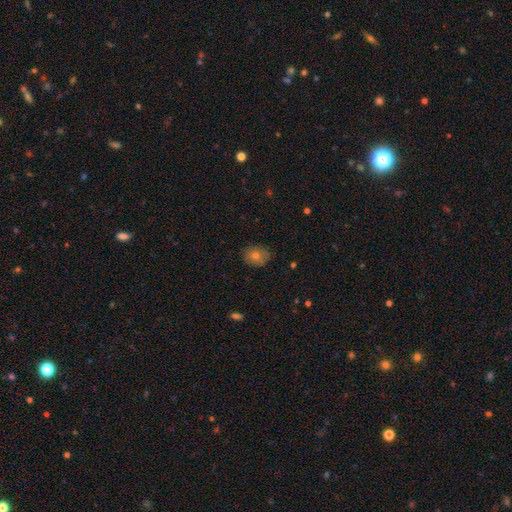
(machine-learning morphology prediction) The model was most divided on "how rounded": in between: 57%, round: 41%, cigar-shaped: 1%. More confident: merging — none (82%); smooth or featured — smooth (71%).